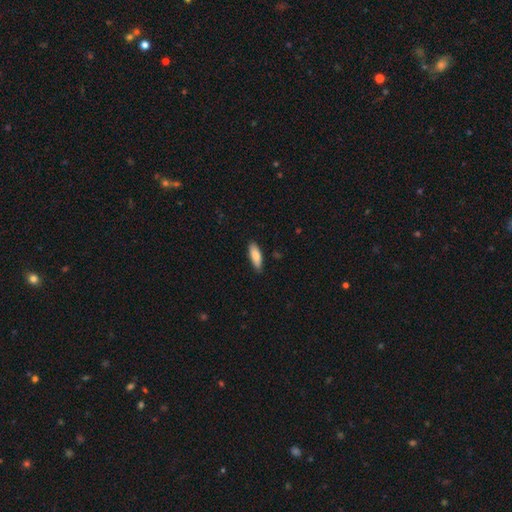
A smooth galaxy with no disk features (84%) that is cigar-shaped (59%).

Vote fractions:
- Smooth or featured? smooth: 84% / featured or disk: 16% / star or artifact: 0%
- How rounded? cigar-shaped: 59% / in between: 41% / round: 0%
- Merging? none: 95% / minor disturbance: 5% / major disturbance: 0% / merger: 0%